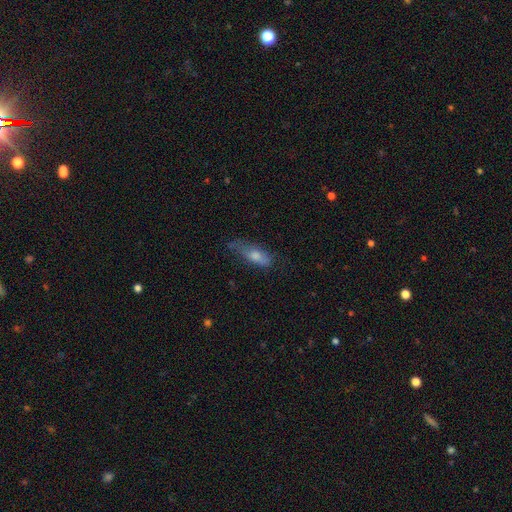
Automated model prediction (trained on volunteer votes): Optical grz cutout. It shows a smooth galaxy with no disk features (57%) that is in between round and cigar-shaped (51%). Merging: none (52%).